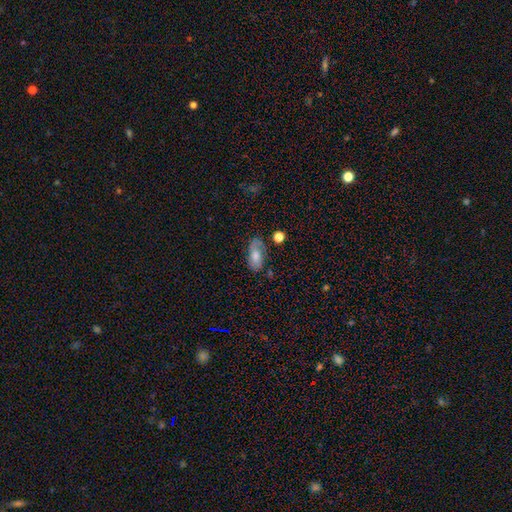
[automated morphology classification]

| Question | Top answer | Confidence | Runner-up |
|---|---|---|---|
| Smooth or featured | smooth | 64% | featured or disk (28%) |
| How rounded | in between | 90% | cigar-shaped (5%) |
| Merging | none | 60% | minor disturbance (25%) |